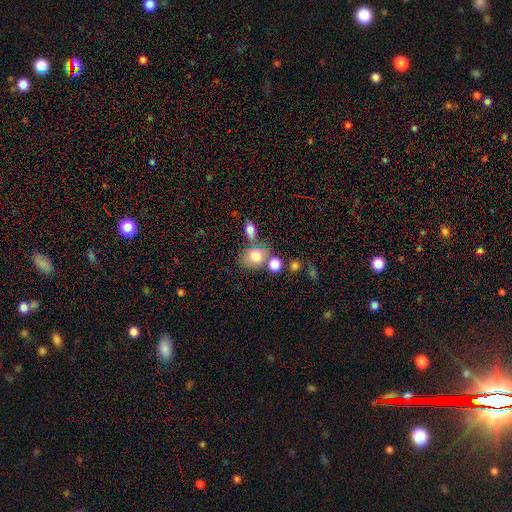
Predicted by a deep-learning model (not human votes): Morphology: type=smooth (76%); roundness=round (57%); merging=none (49%).